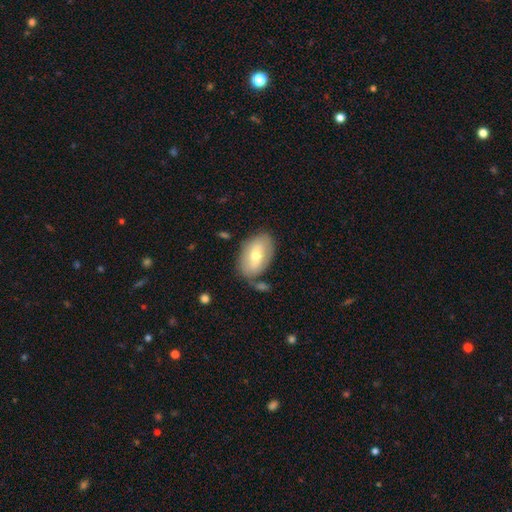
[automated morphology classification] Q: Smooth or featured?
A: smooth (62%); runner-up: featured or disk (32%)
Q: How rounded?
A: in between (91%); runner-up: round (8%)
Q: Merging?
A: none (68%); runner-up: minor disturbance (18%)